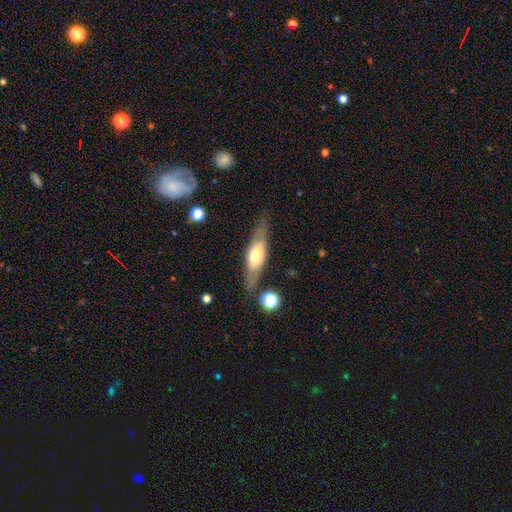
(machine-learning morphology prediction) A featured or disk galaxy (51%) viewed edge-on (79%).

Vote fractions:
- Smooth or featured? featured or disk: 51% / smooth: 42% / star or artifact: 6%
- Edge-on disk? yes: 79% / no: 21%
- Merging? none: 78% / minor disturbance: 14% / major disturbance: 4% / merger: 3%